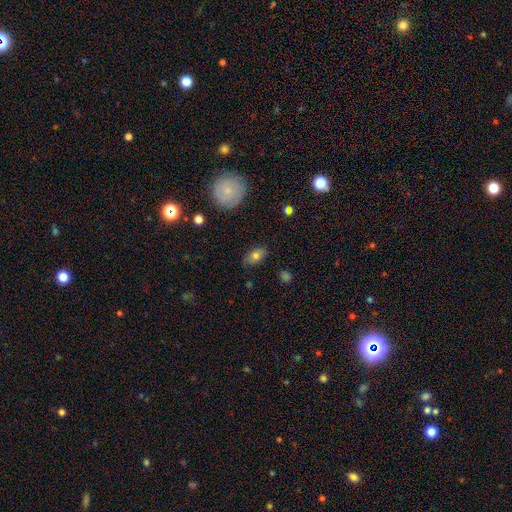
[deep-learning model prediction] Smooth or featured? smooth (73%)
How rounded? in between (85%)
Merging? none (80%)